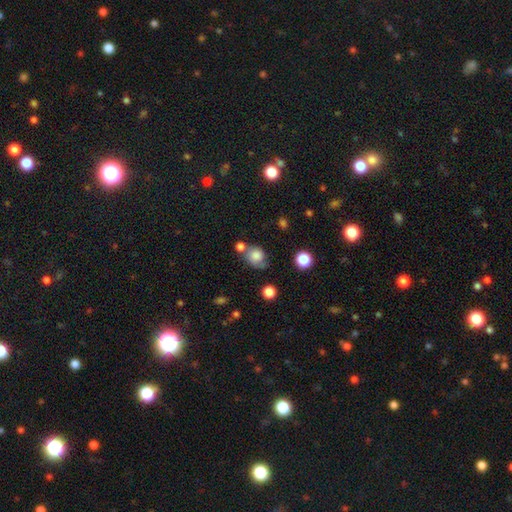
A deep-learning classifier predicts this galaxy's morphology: Smooth or featured? smooth (75%)
How rounded? round (64%)
Merging? none (49%)